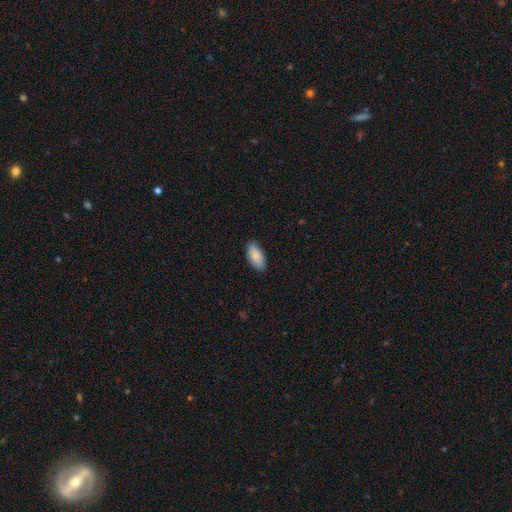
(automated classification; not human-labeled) Overall: smooth (88%). How rounded: in between (91%). Merging: none (86%).